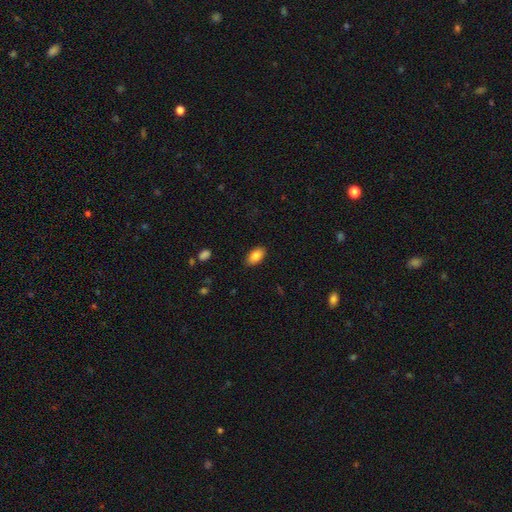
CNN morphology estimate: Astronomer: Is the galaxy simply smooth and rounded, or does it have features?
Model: smooth — 86%.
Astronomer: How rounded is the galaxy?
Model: in between — 93%.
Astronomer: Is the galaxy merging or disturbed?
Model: none — 86%.